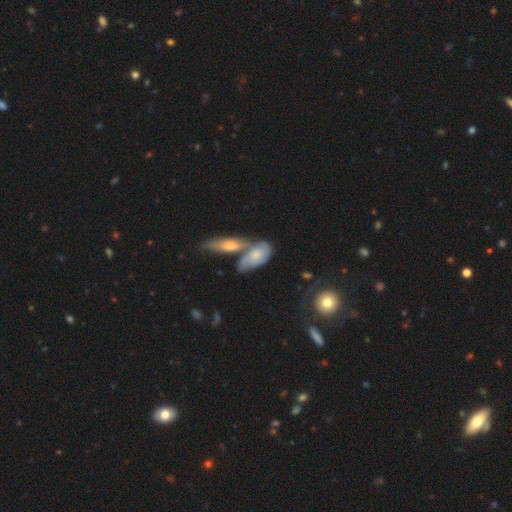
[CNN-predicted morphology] Smooth or featured? Predicted: featured or disk (p=0.48). Merging? Predicted: merger (p=0.48).